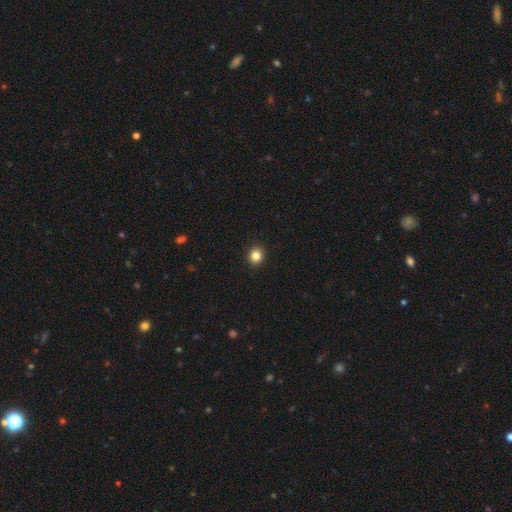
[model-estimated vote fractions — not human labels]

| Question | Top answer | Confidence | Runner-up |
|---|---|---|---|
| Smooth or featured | smooth | 84% | star or artifact (12%) |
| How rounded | round | 83% | in between (16%) |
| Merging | none | 93% | minor disturbance (5%) |